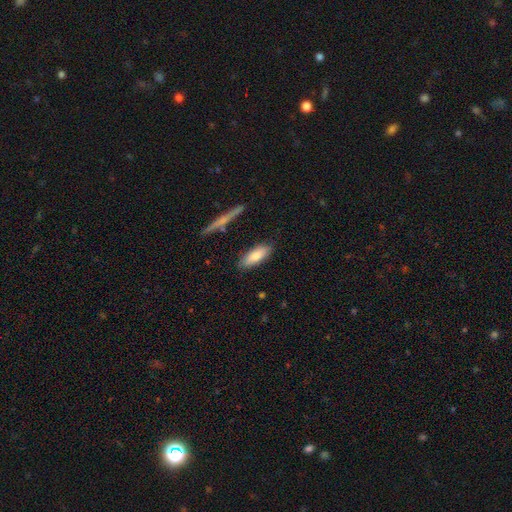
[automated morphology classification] A smooth galaxy with no disk features (78%) that is in between round and cigar-shaped (70%). Merging: none (82%).